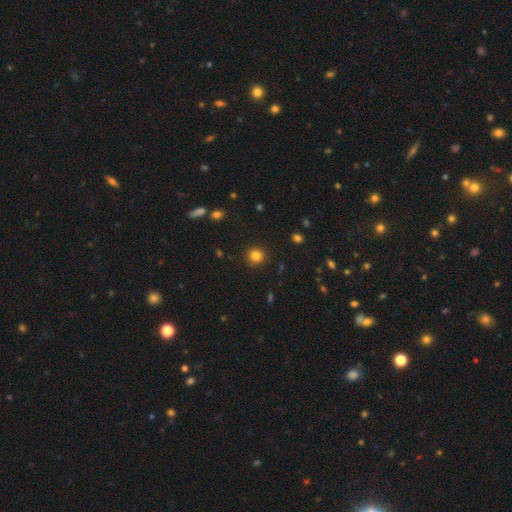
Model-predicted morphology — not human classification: A smooth galaxy with no disk features (82%) that is round (93%).

Vote fractions:
- Smooth or featured? smooth: 82% / star or artifact: 12% / featured or disk: 5%
- How rounded? round: 93% / in between: 6% / cigar-shaped: 1%
- Merging? none: 91% / minor disturbance: 6% / major disturbance: 2% / merger: 1%